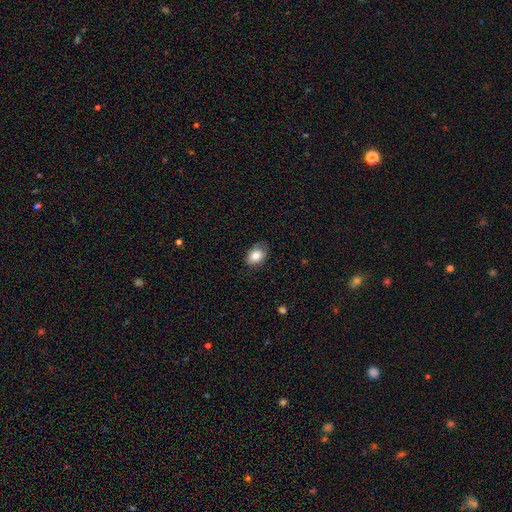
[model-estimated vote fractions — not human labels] This is clearly a smooth galaxy (82%). How rounded: likely in between (75%). Merging: likely none (73%).